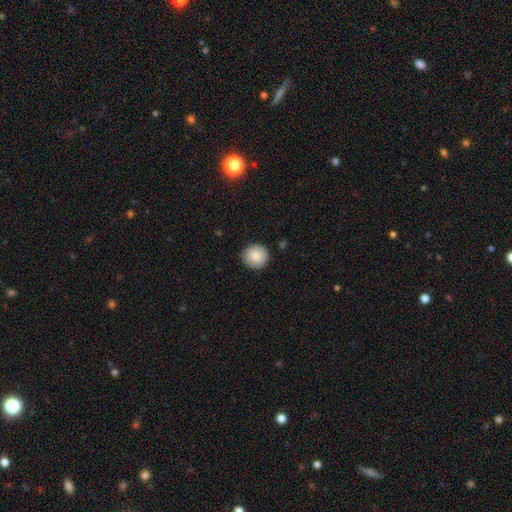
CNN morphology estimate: smooth-or-featured: smooth: 88% | star or artifact: 7% | featured or disk: 5%
  how-rounded: round: 93% | in between: 6% | cigar-shaped: 1%
  merging: none: 91% | minor disturbance: 7% | major disturbance: 2% | merger: 1%